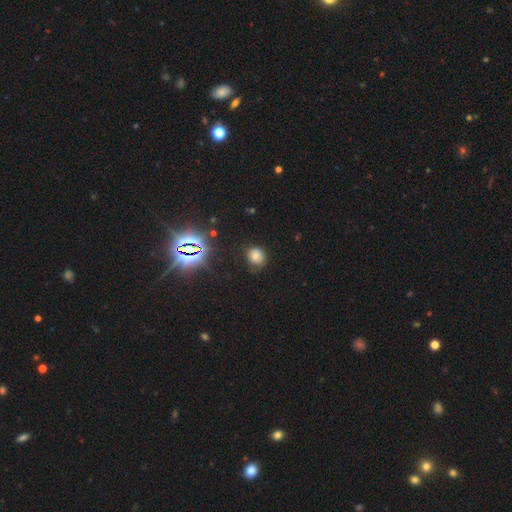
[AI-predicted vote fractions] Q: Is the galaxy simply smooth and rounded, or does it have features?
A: smooth — 71%.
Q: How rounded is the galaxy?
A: round — 77%.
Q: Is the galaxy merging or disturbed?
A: none — 75%.